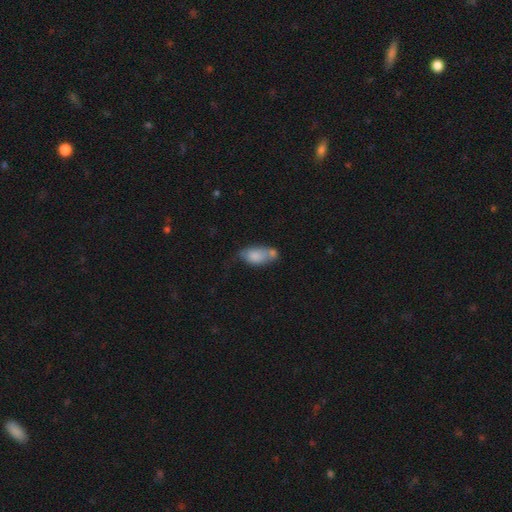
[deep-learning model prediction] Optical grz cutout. It shows a smooth galaxy with no disk features (75%) that is in between round and cigar-shaped (89%). Merging: merger (36%).